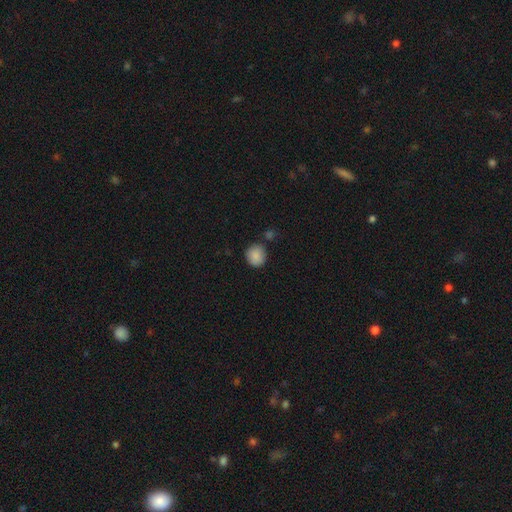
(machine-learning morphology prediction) Smooth or featured: smooth — 88% (star or artifact — 8%)
How rounded: round — 86% (in between — 13%)
Merging: none — 78% (minor disturbance — 12%)